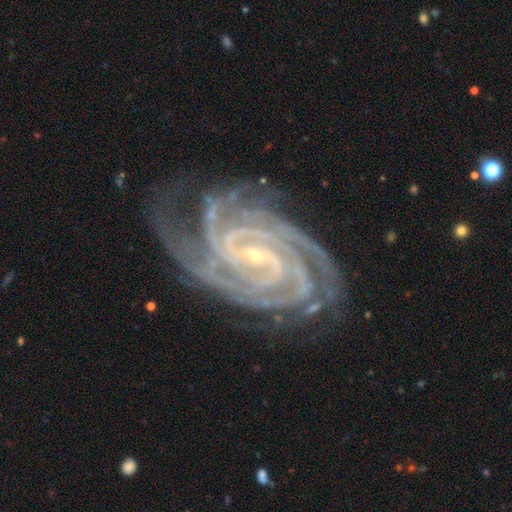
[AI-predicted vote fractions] smooth-or-featured: featured or disk: 94% | star or artifact: 4% | smooth: 2%
  disk-edge-on: no: 98% | yes: 2%
    bar: weak: 39% | strong: 37% | no: 24%
    has-spiral-arms: yes: 99% | no: 1%
      spiral-winding: tight: 81% | medium: 16% | loose: 2%
      spiral-arm-count: 4: 32% | 3: 20% | more than 4: 16% | 2: 13% | can't tell: 11% | 1: 8%
    bulge-size: small: 82% | moderate: 15% | none: 2% | large: 1% | dominant: 1%
  merging: none: 74% | minor disturbance: 18% | major disturbance: 6% | merger: 2%